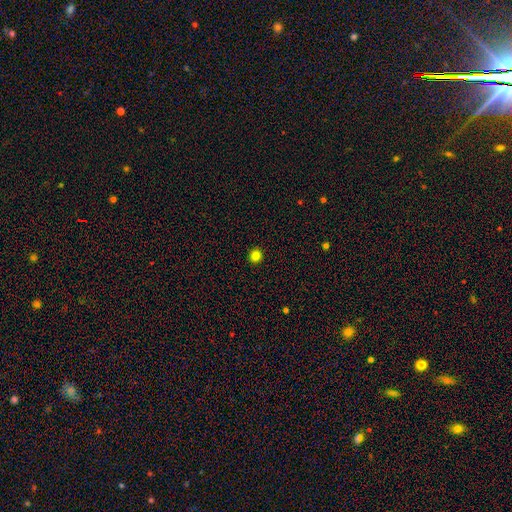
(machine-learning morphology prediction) A smooth galaxy with no disk features (83%) that is round (91%).

Vote fractions:
- Smooth or featured? smooth: 83% / star or artifact: 13% / featured or disk: 4%
- How rounded? round: 91% / in between: 8% / cigar-shaped: 1%
- Merging? none: 93% / minor disturbance: 5% / major disturbance: 2% / merger: 1%